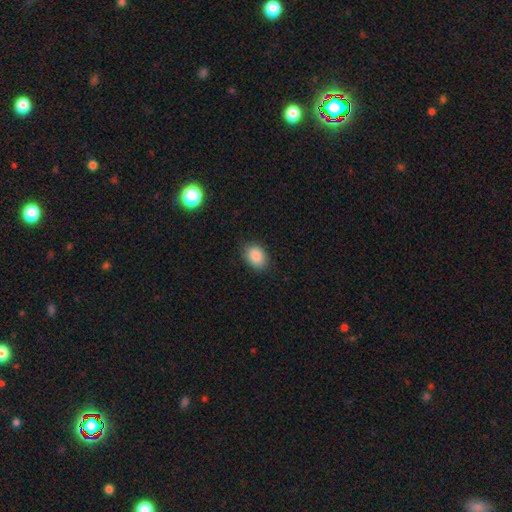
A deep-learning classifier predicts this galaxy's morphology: Overall: smooth (88%). How rounded: in between (74%). Merging: none (85%).